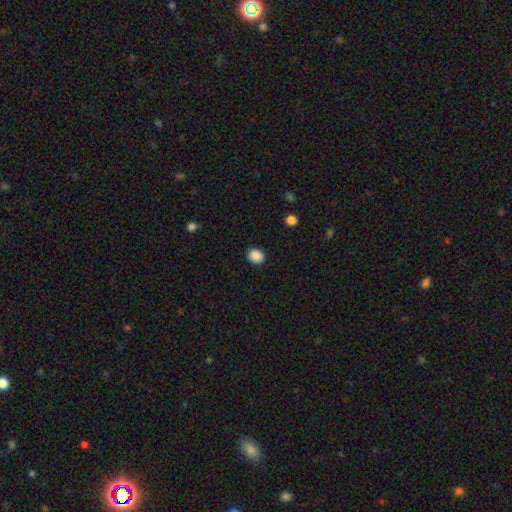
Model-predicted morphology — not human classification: Smooth or featured? smooth (88%)
How rounded? round (68%)
Merging? none (90%)